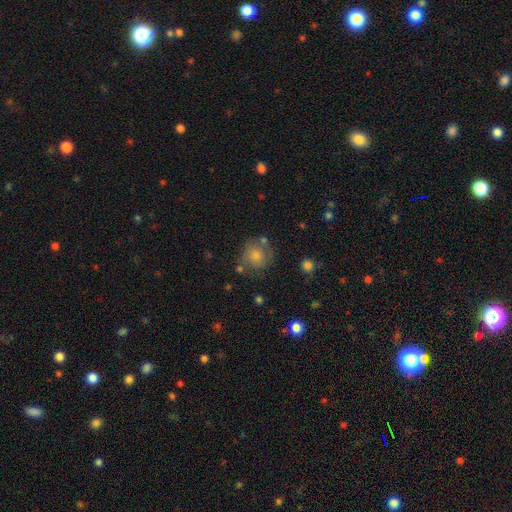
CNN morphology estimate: A smooth galaxy with no disk features (72%) that is round (86%). Merging: none (62%).